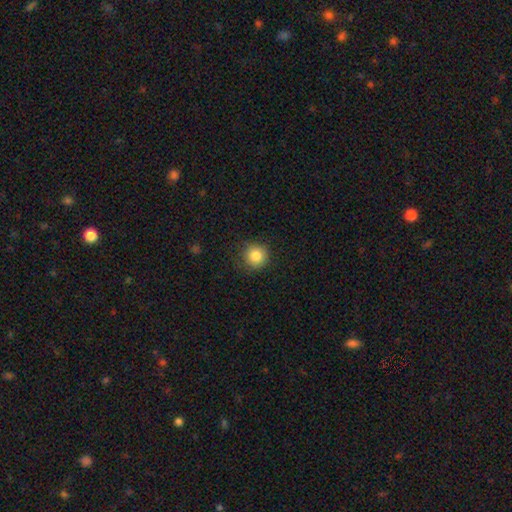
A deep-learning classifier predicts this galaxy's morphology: Smooth or featured: smooth — 85% (star or artifact — 10%)
How rounded: round — 93% (in between — 6%)
Merging: none — 85% (minor disturbance — 11%)